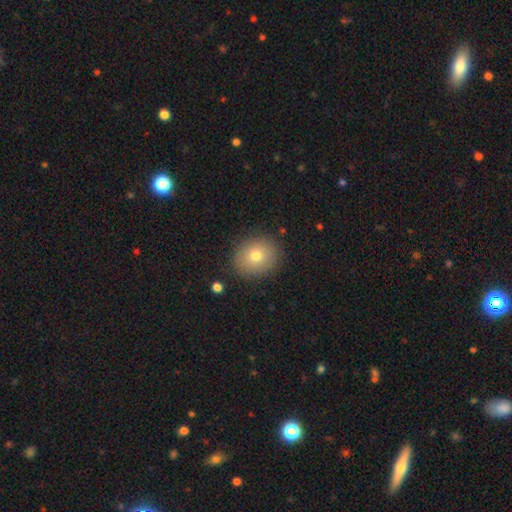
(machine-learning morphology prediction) Smooth or featured?
  - smooth: 74% *
  - featured or disk: 15%
  - star or artifact: 11%
How rounded?
  - round: 67% *
  - in between: 32%
  - cigar-shaped: 1%
Merging?
  - none: 86% *
  - minor disturbance: 9%
  - major disturbance: 3%
  - merger: 1%